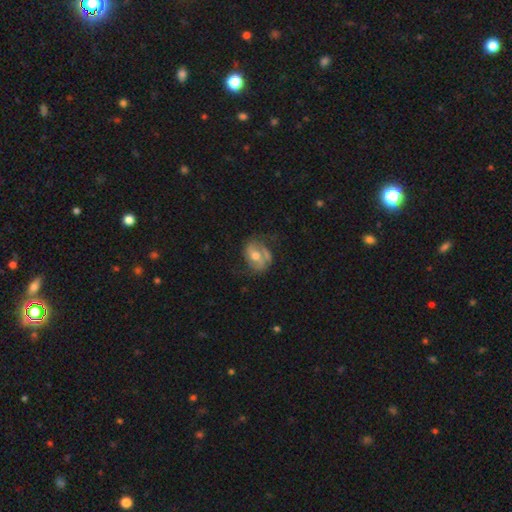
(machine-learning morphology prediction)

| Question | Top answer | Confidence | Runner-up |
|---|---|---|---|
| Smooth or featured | featured or disk | 64% | smooth (29%) |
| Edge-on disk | no | 96% | yes (4%) |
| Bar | no | 46% | weak (37%) |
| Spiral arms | yes | 76% | no (24%) |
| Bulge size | moderate | 68% | small (23%) |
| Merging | none | 48% | minor disturbance (26%) |